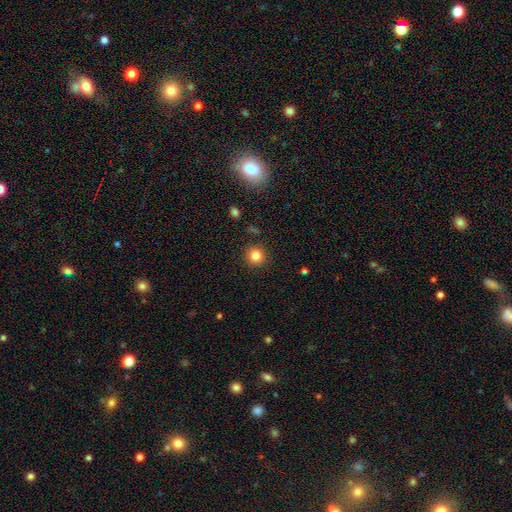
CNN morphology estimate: A smooth galaxy with no disk features (83%) that is round (93%).

Vote fractions:
- Smooth or featured? smooth: 83% / star or artifact: 11% / featured or disk: 5%
- How rounded? round: 93% / in between: 6% / cigar-shaped: 1%
- Merging? none: 89% / minor disturbance: 6% / major disturbance: 2% / merger: 2%